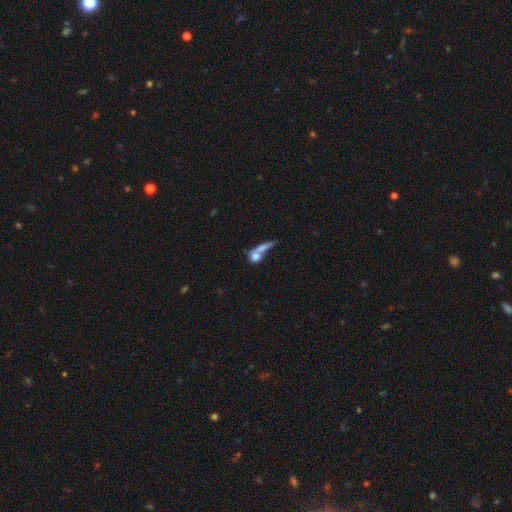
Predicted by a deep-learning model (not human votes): Smooth or featured: smooth — 65% (featured or disk — 25%)
How rounded: round — 46% (in between — 28%)
Merging: merger — 49% (none — 30%)